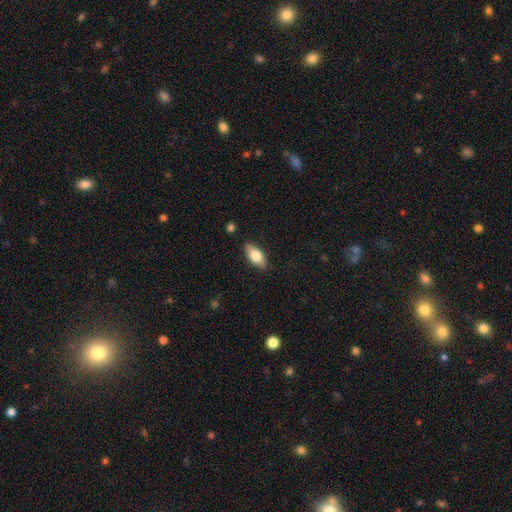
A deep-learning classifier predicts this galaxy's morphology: A smooth galaxy with no disk features (77%) that is in between round and cigar-shaped (86%).

Vote fractions:
- Smooth or featured? smooth: 77% / featured or disk: 17% / star or artifact: 6%
- How rounded? in between: 86% / cigar-shaped: 10% / round: 3%
- Merging? none: 84% / minor disturbance: 12% / major disturbance: 3% / merger: 1%